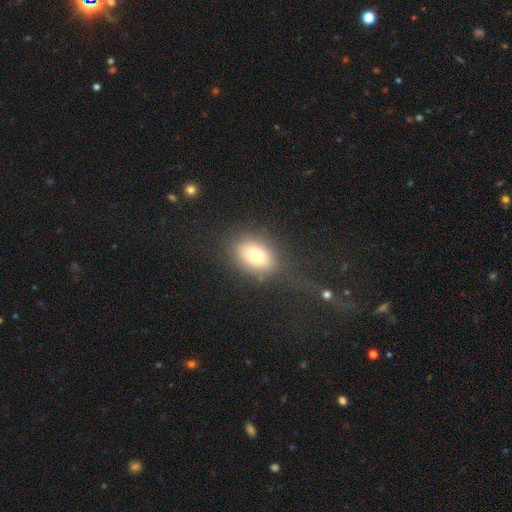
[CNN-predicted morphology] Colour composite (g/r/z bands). It shows a smooth galaxy with no disk features (74%) that is in between round and cigar-shaped (72%). Merging: none (68%).